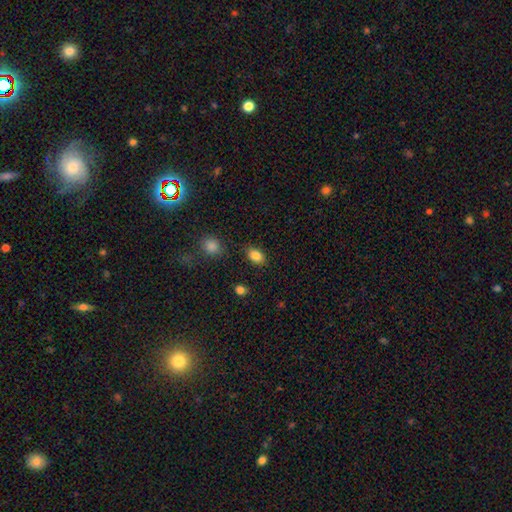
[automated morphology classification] Overall: smooth (85%). How rounded: in between (83%). Merging: none (82%).